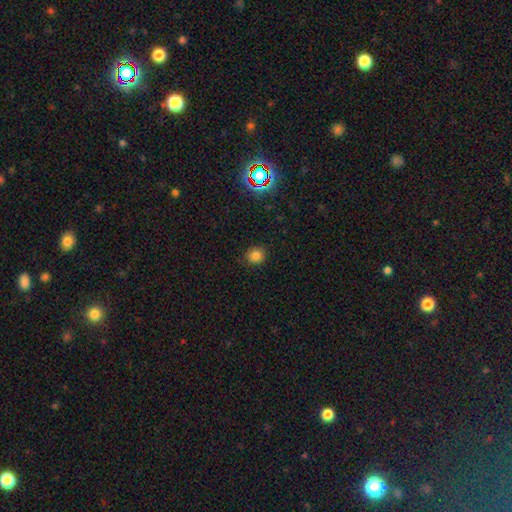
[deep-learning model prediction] smooth-or-featured: smooth: 80% | star or artifact: 15% | featured or disk: 5%
  how-rounded: round: 84% | in between: 15% | cigar-shaped: 1%
  merging: none: 85% | minor disturbance: 11% | major disturbance: 3% | merger: 1%